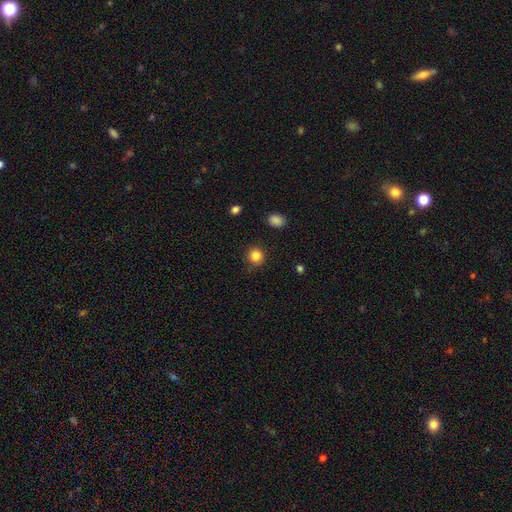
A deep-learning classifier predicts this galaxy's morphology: A smooth galaxy with no disk features (85%) that is round (90%). Merging: none (86%).